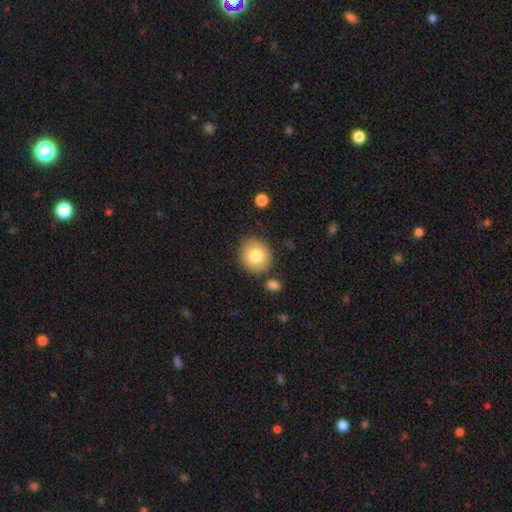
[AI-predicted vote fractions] Q: Smooth or featured?
A: smooth (80%); runner-up: featured or disk (11%)
Q: How rounded?
A: round (83%); runner-up: in between (16%)
Q: Merging?
A: none (83%); runner-up: minor disturbance (9%)